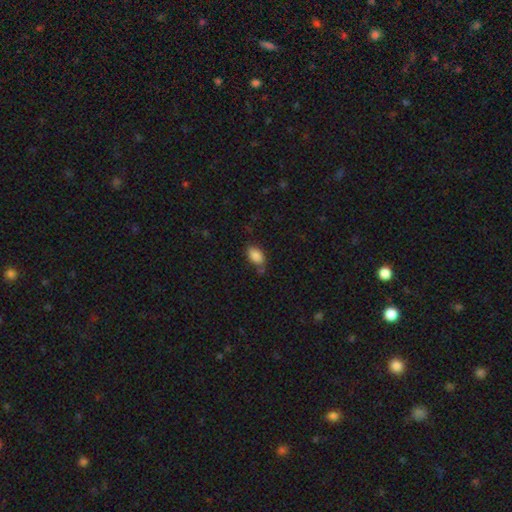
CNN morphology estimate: smooth-or-featured: smooth: 86% | star or artifact: 8% | featured or disk: 5%
  how-rounded: in between: 91% | round: 6% | cigar-shaped: 2%
  merging: none: 65% | minor disturbance: 22% | merger: 8% | major disturbance: 5%